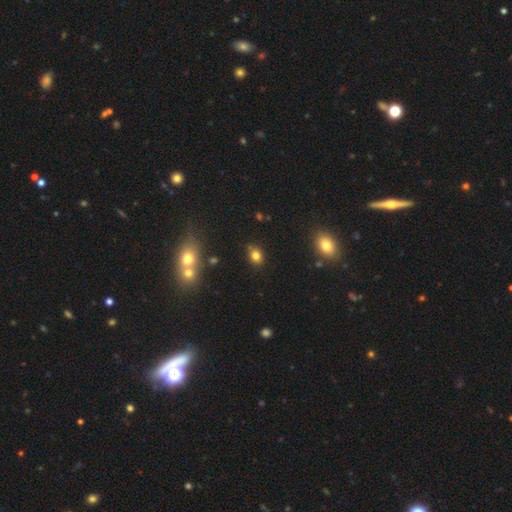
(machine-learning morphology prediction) Smooth or featured: smooth — 80% (star or artifact — 14%)
How rounded: round — 51% (in between — 48%)
Merging: none — 76% (minor disturbance — 15%)